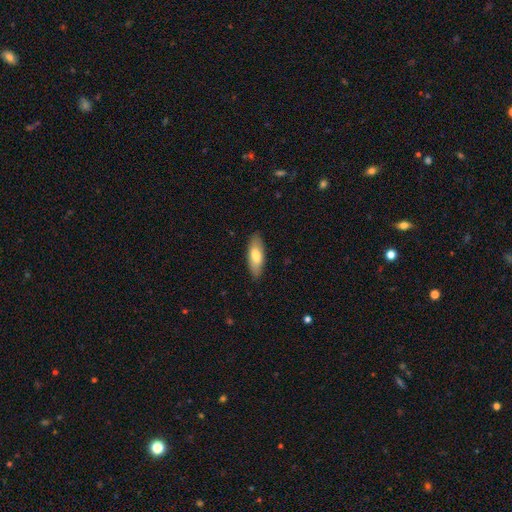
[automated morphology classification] Smooth or featured? Predicted: smooth (p=0.75). How rounded? Predicted: in between (p=0.67). Merging? Predicted: none (p=0.86).